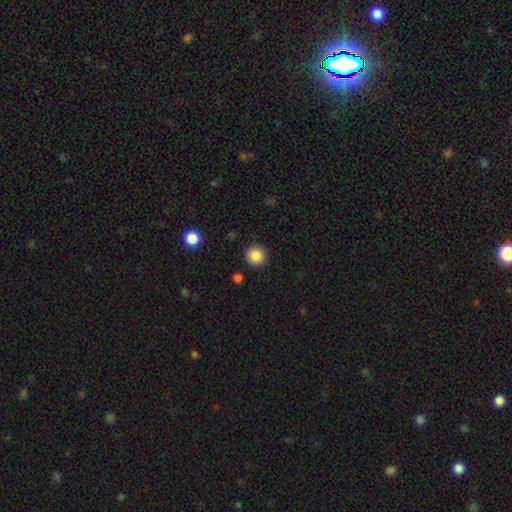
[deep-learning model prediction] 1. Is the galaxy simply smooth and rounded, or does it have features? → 87% smooth, 9% star or artifact, 4% featured or disk.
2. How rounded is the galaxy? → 94% round, 5% in between, 1% cigar-shaped.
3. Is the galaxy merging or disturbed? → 91% none, 6% minor disturbance, 2% major disturbance, 1% merger.